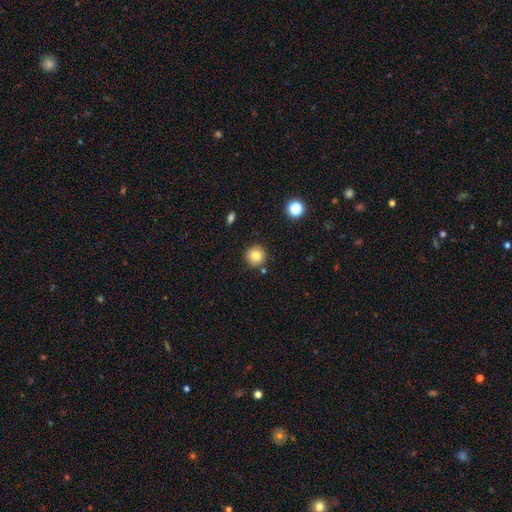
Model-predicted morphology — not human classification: Smooth or featured? smooth (82%)
How rounded? round (94%)
Merging? none (87%)